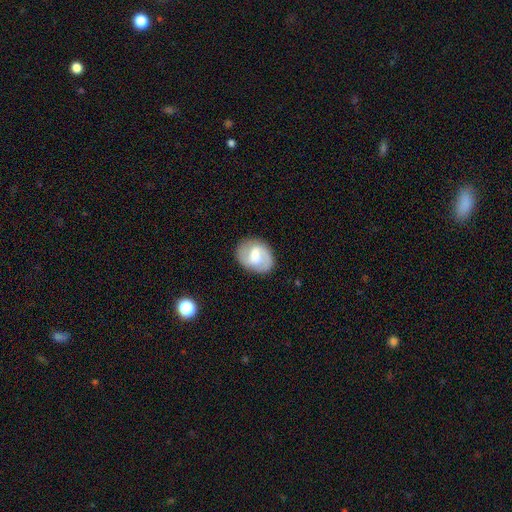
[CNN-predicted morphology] This appears to be a featured or disk galaxy (54%) with a weak bar (52%), spiral arms (76%) and a moderate central bulge (45%). Merging: none (80%).